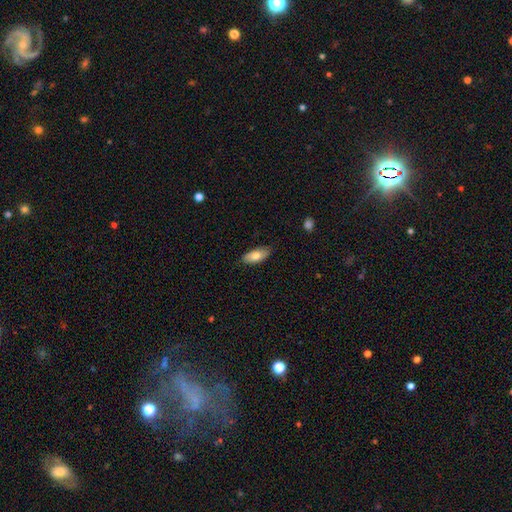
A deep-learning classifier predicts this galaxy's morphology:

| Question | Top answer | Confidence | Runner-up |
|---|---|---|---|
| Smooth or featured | smooth | 77% | featured or disk (17%) |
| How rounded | in between | 86% | cigar-shaped (12%) |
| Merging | none | 85% | minor disturbance (12%) |